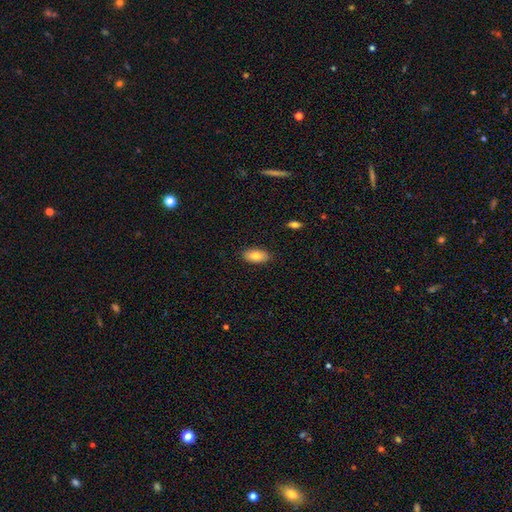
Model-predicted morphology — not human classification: type=smooth (81%); roundness=in between (92%); merging=none (87%).